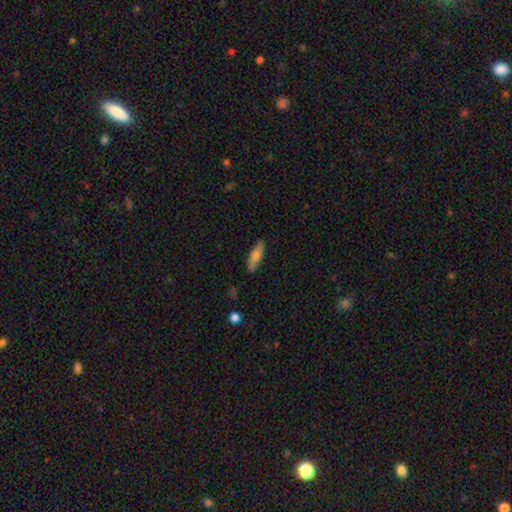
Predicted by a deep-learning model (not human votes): The model was most divided on "how rounded": in between: 49%, cigar-shaped: 48%, round: 2%. More confident: merging — none (83%); smooth or featured — smooth (68%).